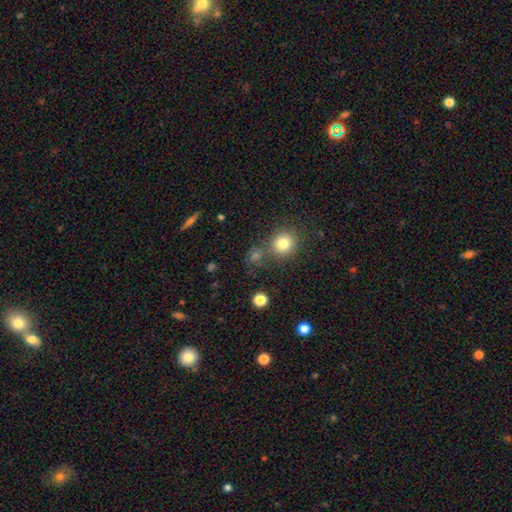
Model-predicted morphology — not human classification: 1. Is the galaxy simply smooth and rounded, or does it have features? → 70% smooth, 22% star or artifact, 8% featured or disk.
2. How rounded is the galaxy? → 84% round, 14% in between, 2% cigar-shaped.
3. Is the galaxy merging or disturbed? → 72% none, 15% merger, 9% minor disturbance, 4% major disturbance.